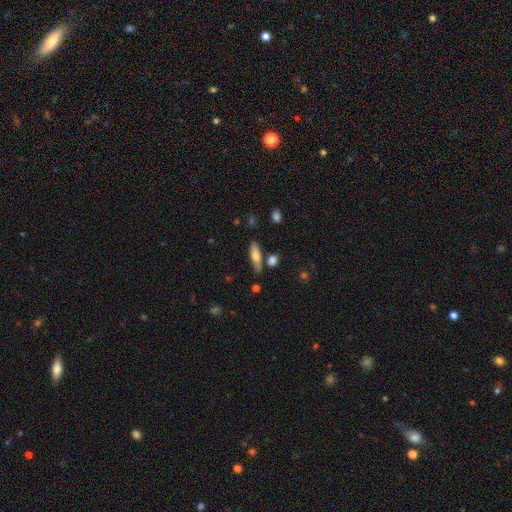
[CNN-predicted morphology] A smooth galaxy with no disk features (67%) that is cigar-shaped (54%).

Vote fractions:
- Smooth or featured? smooth: 67% / featured or disk: 25% / star or artifact: 7%
- How rounded? cigar-shaped: 54% / in between: 43% / round: 3%
- Merging? none: 74% / minor disturbance: 14% / merger: 8% / major disturbance: 4%